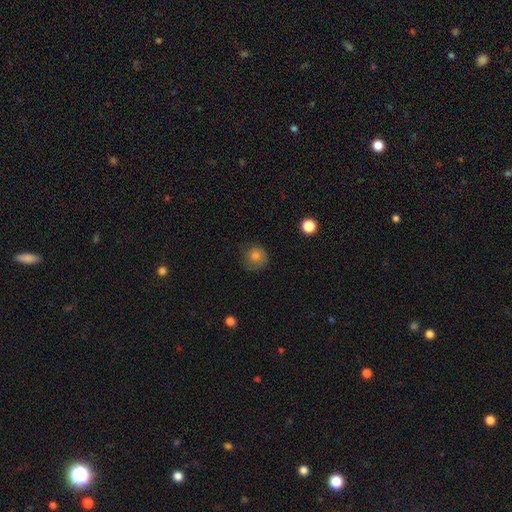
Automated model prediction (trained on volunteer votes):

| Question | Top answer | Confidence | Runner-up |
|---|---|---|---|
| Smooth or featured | smooth | 79% | star or artifact (11%) |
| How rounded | round | 91% | in between (8%) |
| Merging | none | 75% | minor disturbance (18%) |